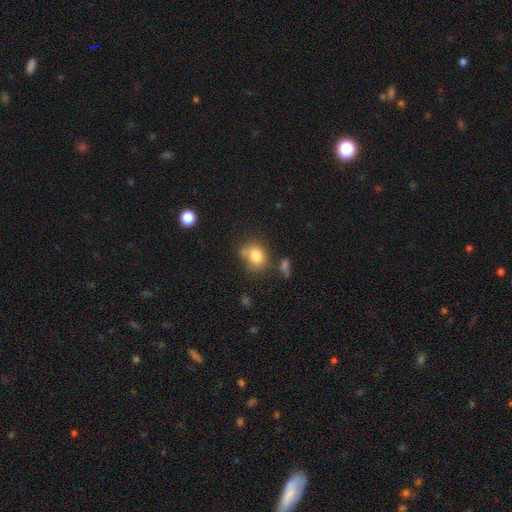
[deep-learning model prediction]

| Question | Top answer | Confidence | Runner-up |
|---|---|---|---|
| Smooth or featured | smooth | 79% | featured or disk (11%) |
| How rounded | round | 63% | in between (36%) |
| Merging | none | 57% | minor disturbance (20%) |